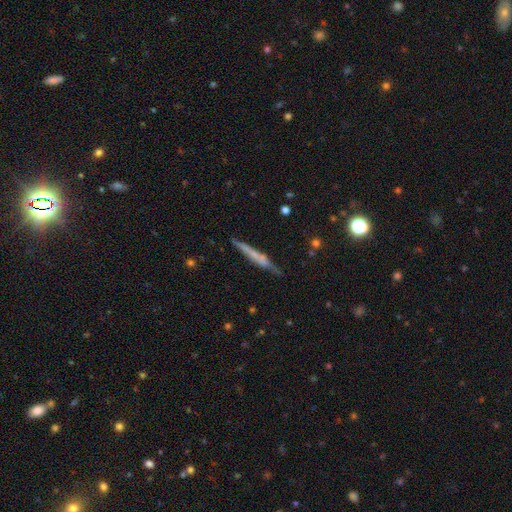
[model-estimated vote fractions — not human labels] A featured or disk galaxy (51%) viewed edge-on (94%).

Vote fractions:
- Smooth or featured? featured or disk: 51% / smooth: 41% / star or artifact: 8%
- Edge-on disk? yes: 94% / no: 6%
- Merging? none: 78% / minor disturbance: 16% / major disturbance: 3% / merger: 3%